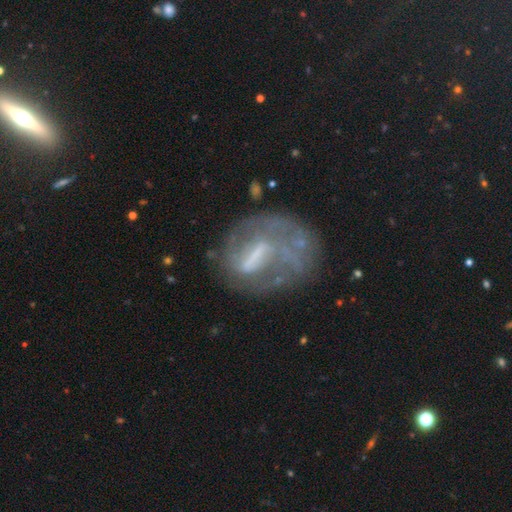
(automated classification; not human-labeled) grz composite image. It shows a featured or disk galaxy (68%) with a strong bar (43%), no spiral arms (53%) and no central bulge (43%). Merging: none (44%).